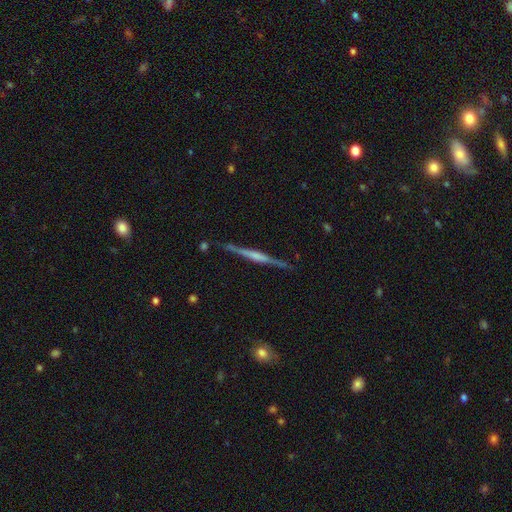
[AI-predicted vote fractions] A featured or disk galaxy (77%) viewed edge-on (98%) with a rounded central bulge (40%). Merging: none (87%).